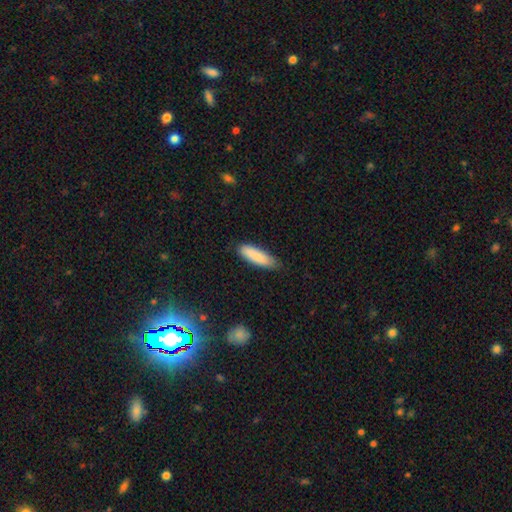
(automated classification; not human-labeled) A smooth galaxy with no disk features (87%) that is cigar-shaped (57%). Merging: none (80%).